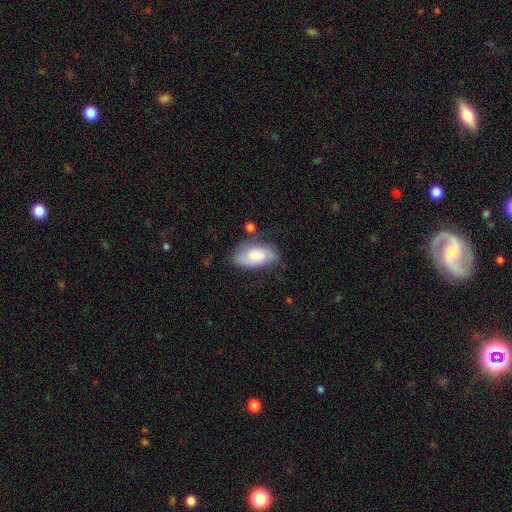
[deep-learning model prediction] This is possibly a smooth galaxy (60%). How rounded: clearly in between (93%). Merging: possibly none (58%).